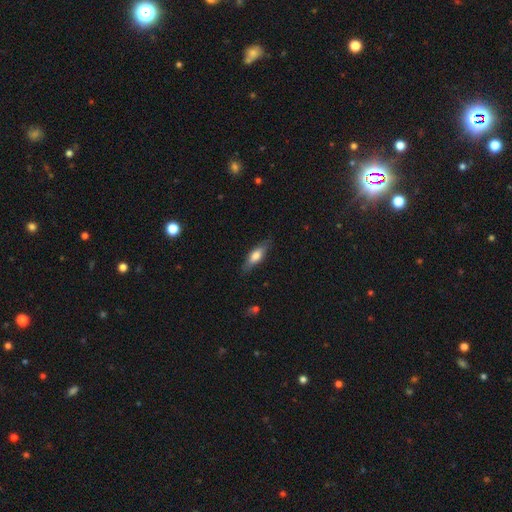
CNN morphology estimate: Smooth or featured? smooth (63%)
How rounded? in between (51%)
Merging? none (81%)